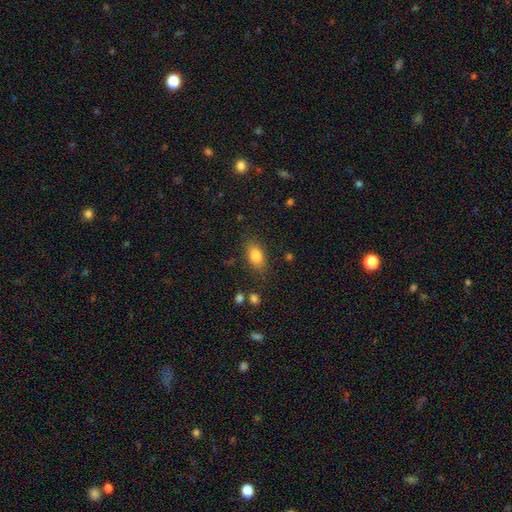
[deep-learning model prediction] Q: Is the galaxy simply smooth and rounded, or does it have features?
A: smooth — 83%.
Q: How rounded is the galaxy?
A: in between — 86%.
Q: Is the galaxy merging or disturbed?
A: none — 82%.